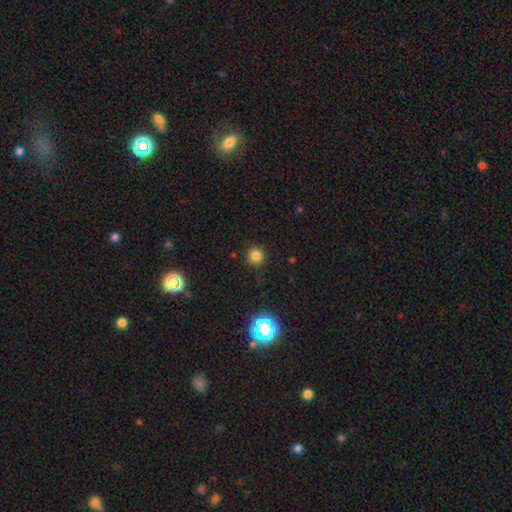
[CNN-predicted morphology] This appears to be a smooth galaxy with no disk features (79%) that is round (94%). Merging: none (90%).